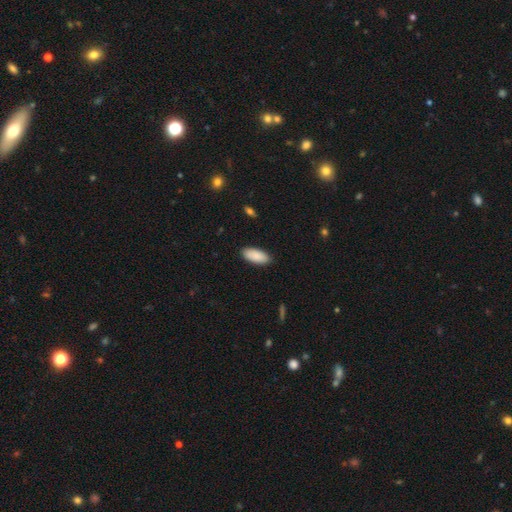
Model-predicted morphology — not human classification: The model was most divided on "how rounded": in between: 88%, cigar-shaped: 10%, round: 2%. More confident: smooth or featured — smooth (90%); merging — none (89%).